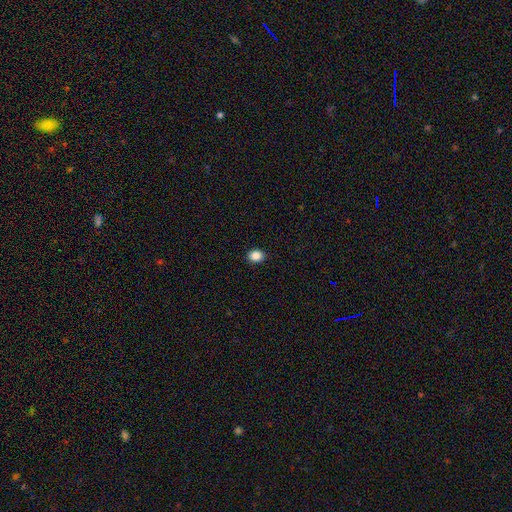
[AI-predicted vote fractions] Smooth or featured? smooth (87%)
How rounded? round (54%)
Merging? none (91%)